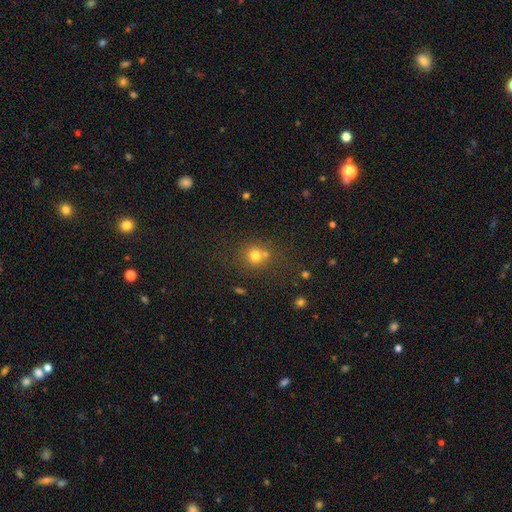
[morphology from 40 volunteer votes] smooth-or-featured: smooth: 85% | star or artifact: 10% | featured or disk: 5%
  how-rounded: round: 88% | in between: 12% | cigar-shaped: 0%
  merging: none: 50% | merger: 39% | minor disturbance: 6% | major disturbance: 6%